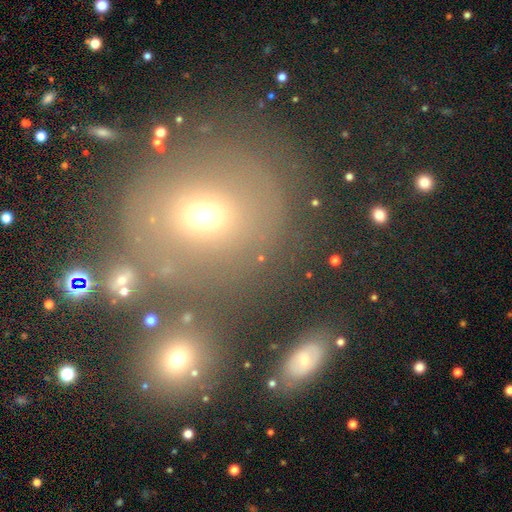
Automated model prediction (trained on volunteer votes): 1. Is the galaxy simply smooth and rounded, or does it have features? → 52% smooth, 27% star or artifact, 20% featured or disk.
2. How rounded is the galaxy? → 68% round, 31% in between, 2% cigar-shaped.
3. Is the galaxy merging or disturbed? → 68% none, 13% minor disturbance, 10% merger, 8% major disturbance.